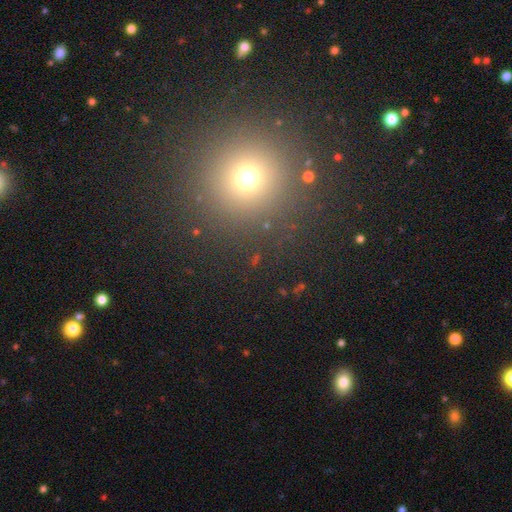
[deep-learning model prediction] A smooth galaxy with no disk features (57%) that is round (95%). Merging: none (91%).